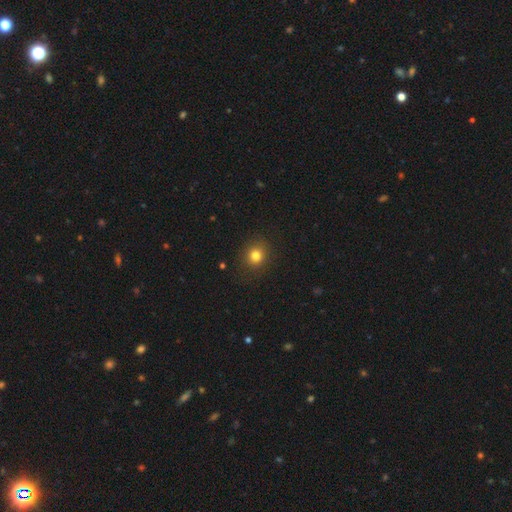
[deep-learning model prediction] smooth_or_featured: smooth (p=0.80) [alt: star or artifact p=0.13]
how_rounded: round (p=0.84) [alt: in between p=0.15]
merging: none (p=0.89) [alt: minor disturbance p=0.07]